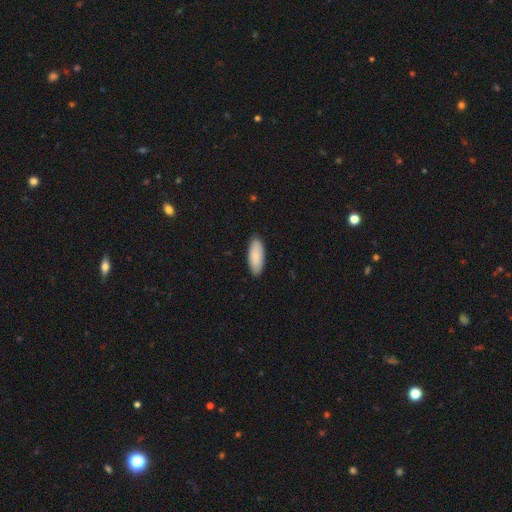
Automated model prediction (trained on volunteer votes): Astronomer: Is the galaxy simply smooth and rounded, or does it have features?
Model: smooth — 89%.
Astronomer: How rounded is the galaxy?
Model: in between — 81%.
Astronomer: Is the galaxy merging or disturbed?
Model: none — 88%.